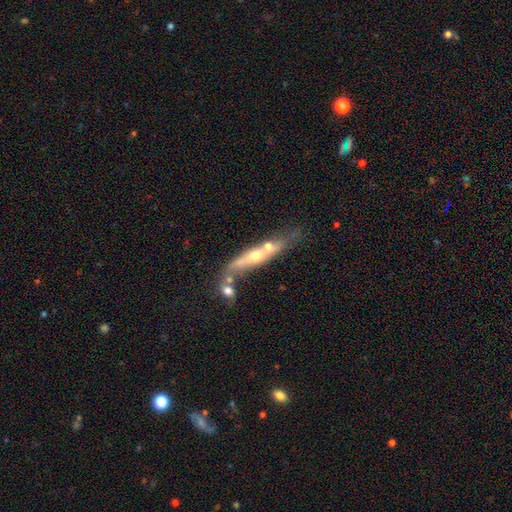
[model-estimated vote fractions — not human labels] Q: Smooth or featured?
A: featured or disk (57%); runner-up: smooth (35%)
Q: Edge-on disk?
A: yes (58%); runner-up: no (42%)
Q: Merging?
A: merger (40%); runner-up: none (36%)